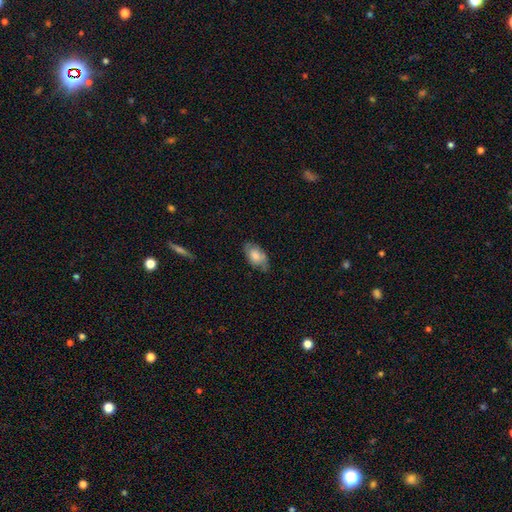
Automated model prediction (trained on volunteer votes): Q: Smooth or featured?
A: smooth (71%); runner-up: featured or disk (22%)
Q: How rounded?
A: in between (93%); runner-up: round (4%)
Q: Merging?
A: none (72%); runner-up: minor disturbance (22%)